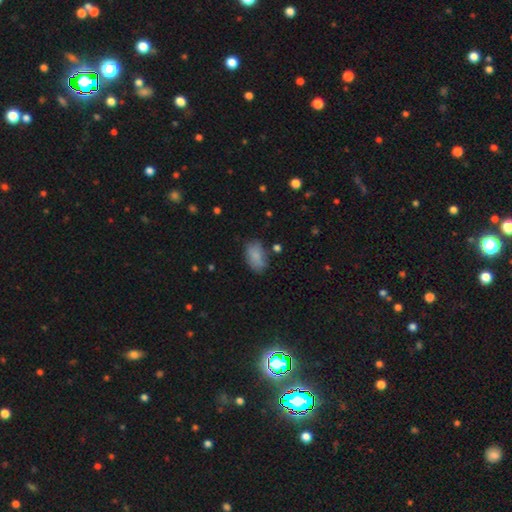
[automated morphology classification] This appears to be a smooth galaxy with no disk features (80%) that is in between round and cigar-shaped (88%). Merging: none (63%).